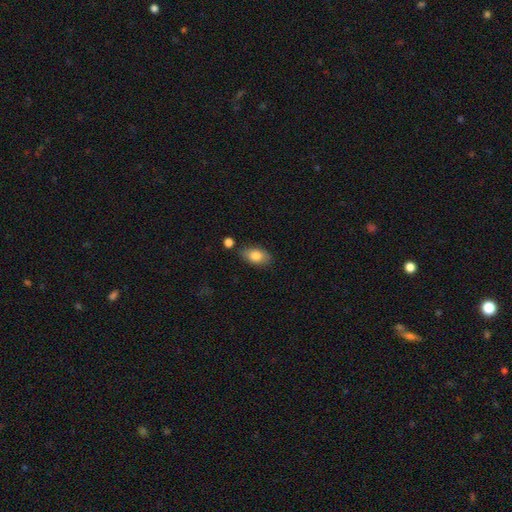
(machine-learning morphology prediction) Smooth or featured?
  - smooth: 81% *
  - featured or disk: 12%
  - star or artifact: 7%
How rounded?
  - in between: 90% *
  - round: 7%
  - cigar-shaped: 3%
Merging?
  - none: 78% *
  - minor disturbance: 14%
  - merger: 5%
  - major disturbance: 3%